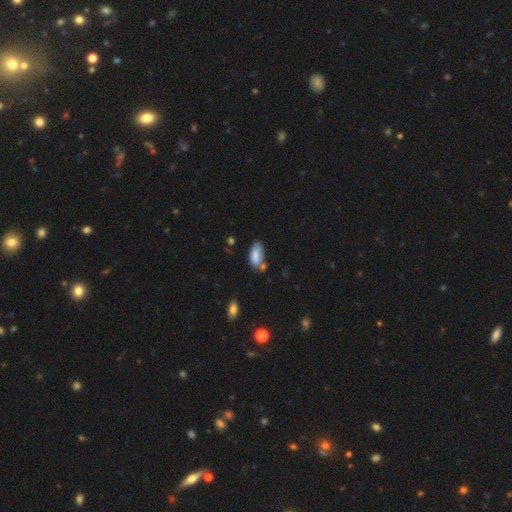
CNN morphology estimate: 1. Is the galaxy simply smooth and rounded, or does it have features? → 83% smooth, 9% featured or disk, 7% star or artifact.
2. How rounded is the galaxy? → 88% in between, 10% cigar-shaped, 2% round.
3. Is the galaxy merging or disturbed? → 58% none, 23% minor disturbance, 14% merger, 5% major disturbance.